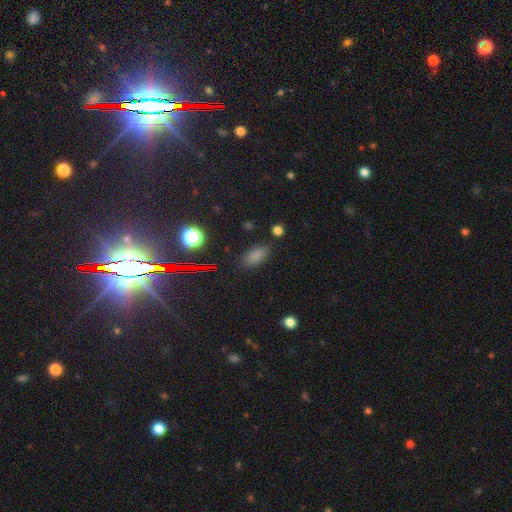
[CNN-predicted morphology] smooth 78%, star or artifact 16%, featured or disk 5%. Down the decision tree: how rounded — in between (87%); merging — none (81%).